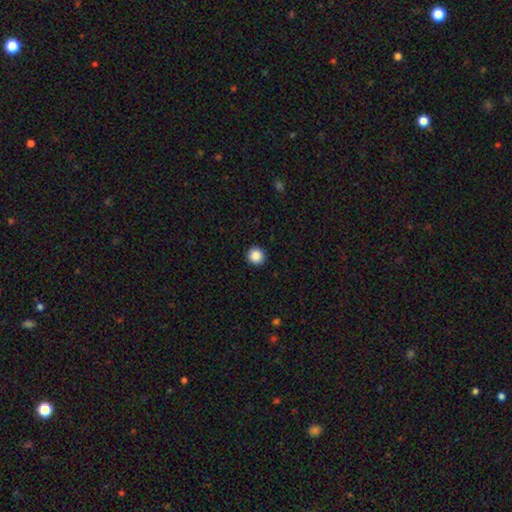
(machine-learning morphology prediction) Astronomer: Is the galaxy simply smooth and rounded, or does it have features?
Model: smooth — 88%.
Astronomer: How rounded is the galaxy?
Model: round — 94%.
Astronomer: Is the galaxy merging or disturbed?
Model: none — 93%.